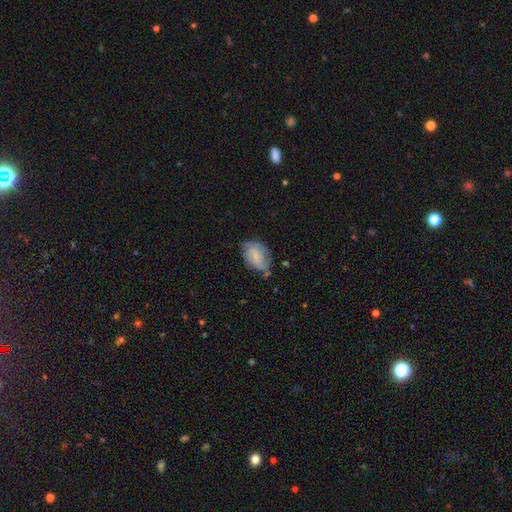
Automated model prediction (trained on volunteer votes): This appears to be a smooth galaxy with no disk features (48%). Merging: none (52%).